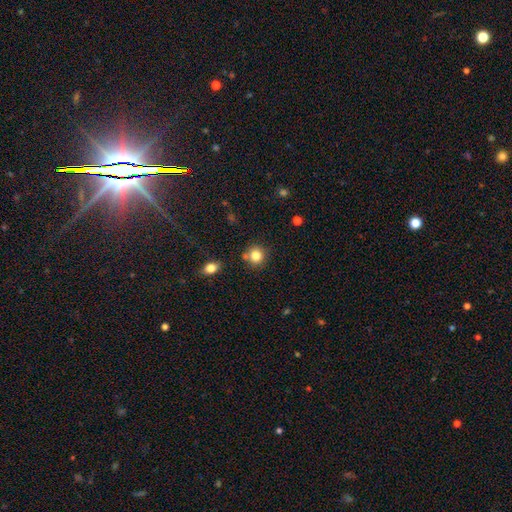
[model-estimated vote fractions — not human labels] The model was most divided on "merging": none: 76%, minor disturbance: 11%, merger: 10%, major disturbance: 3%. More confident: how rounded — round (90%); smooth or featured — smooth (82%).